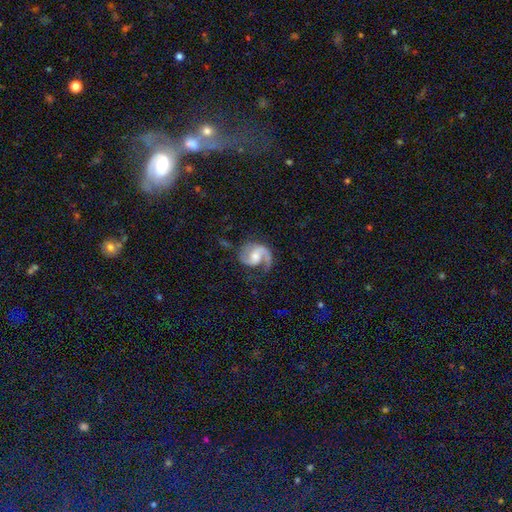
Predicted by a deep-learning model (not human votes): Morphology: type=featured or disk (88%); edge-on=no (98%); bar=no (45%); spiral arms=yes (97%); winding=medium (54%); arm count=2 (74%); bulge=moderate (53%); merging=none (64%).